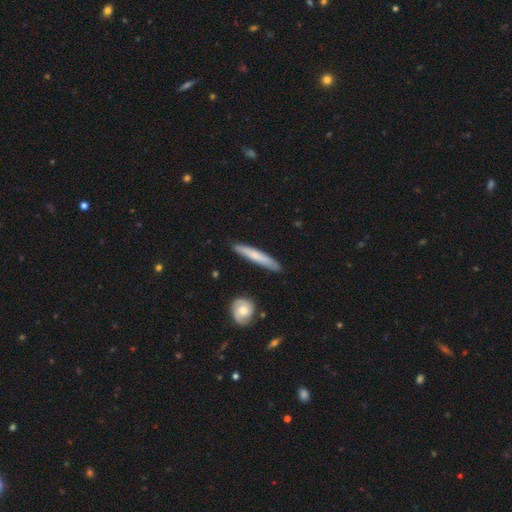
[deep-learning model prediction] Smooth or featured? smooth (63%)
How rounded? cigar-shaped (94%)
Merging? none (86%)